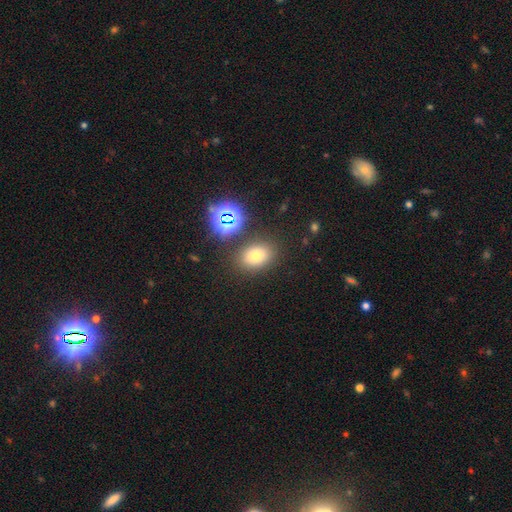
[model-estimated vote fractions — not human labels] A smooth galaxy with no disk features (67%) that is in between round and cigar-shaped (72%). Merging: none (82%).